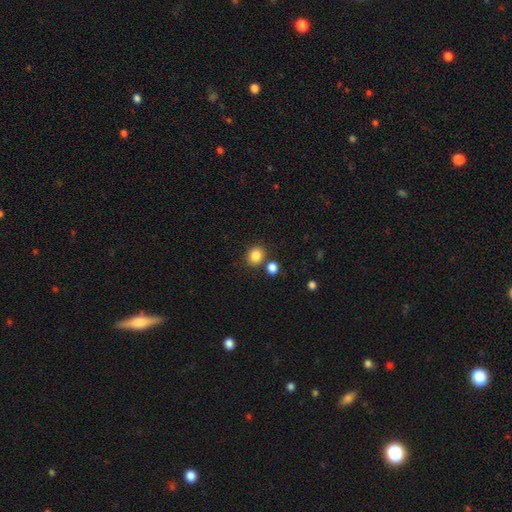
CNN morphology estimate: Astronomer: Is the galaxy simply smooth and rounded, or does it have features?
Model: smooth — 84%.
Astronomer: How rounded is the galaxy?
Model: round — 68%.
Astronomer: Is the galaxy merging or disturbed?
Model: none — 76%.